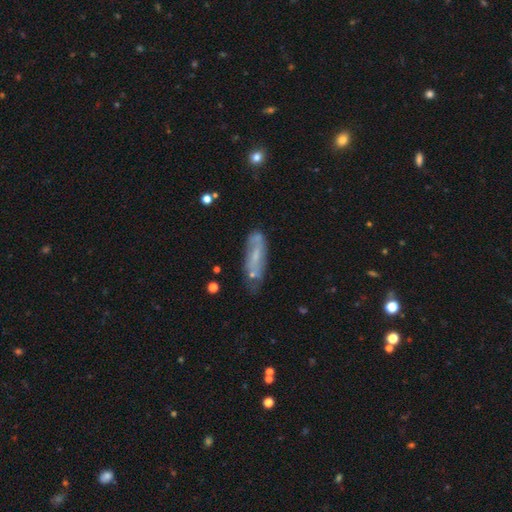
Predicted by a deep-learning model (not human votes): Q: Smooth or featured?
A: featured or disk (52%); runner-up: smooth (39%)
Q: Edge-on disk?
A: no (73%); runner-up: yes (27%)
Q: Merging?
A: none (57%); runner-up: minor disturbance (26%)